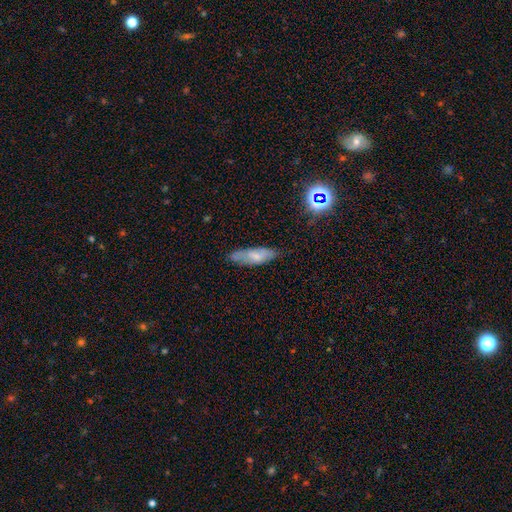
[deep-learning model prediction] This appears to be a smooth galaxy with no disk features (58%) that is in between round and cigar-shaped (58%). Merging: none (72%).